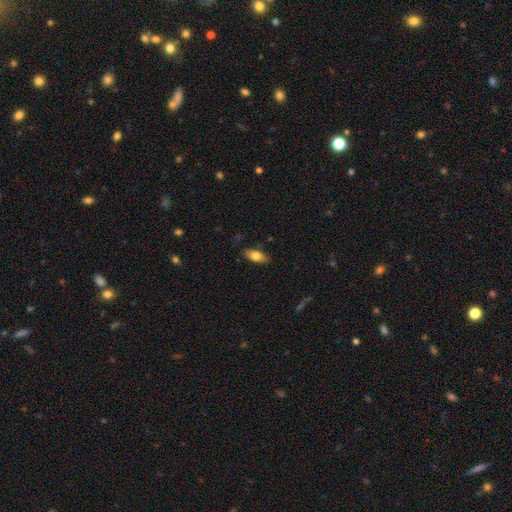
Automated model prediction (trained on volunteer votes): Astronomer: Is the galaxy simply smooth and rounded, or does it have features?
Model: smooth — 75%.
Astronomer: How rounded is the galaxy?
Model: in between — 84%.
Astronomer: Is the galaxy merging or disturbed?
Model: none — 83%.